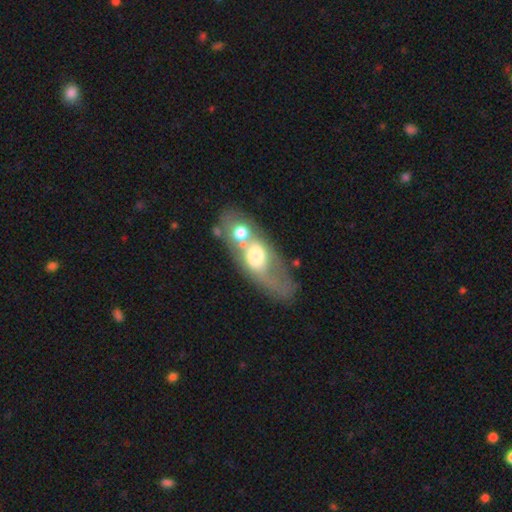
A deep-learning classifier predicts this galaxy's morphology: Q: Smooth or featured?
A: featured or disk (49%); runner-up: smooth (42%)
Q: Merging?
A: merger (45%); runner-up: none (33%)